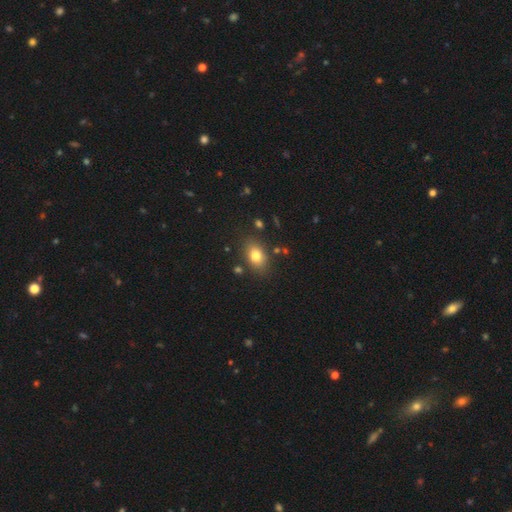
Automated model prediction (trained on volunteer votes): The model was most divided on "how rounded": in between: 77%, round: 21%, cigar-shaped: 2%. More confident: merging — none (82%); smooth or featured — smooth (79%).